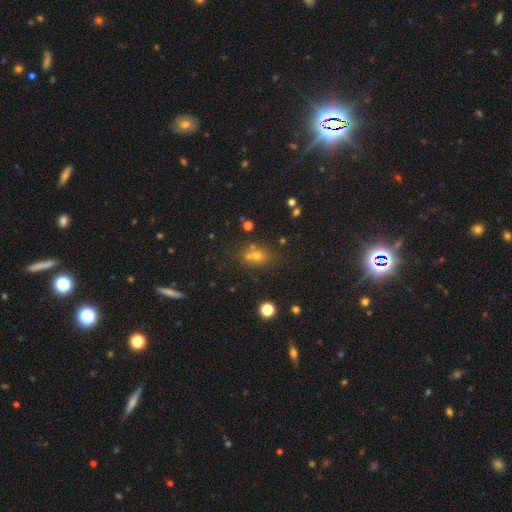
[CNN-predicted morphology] Overall: smooth (54%; star or artifact 31%). How rounded: round (53%; in between 44%). Merging: none (55%; merger 29%).